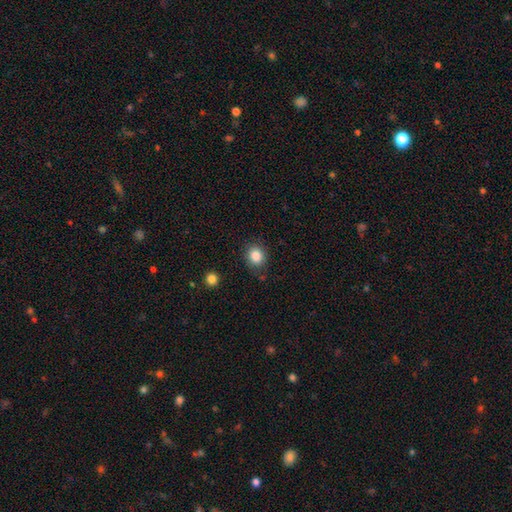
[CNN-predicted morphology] Smooth or featured?
  - smooth: 85% *
  - star or artifact: 9%
  - featured or disk: 6%
How rounded?
  - round: 70% *
  - in between: 29%
  - cigar-shaped: 1%
Merging?
  - none: 81% *
  - minor disturbance: 13%
  - major disturbance: 4%
  - merger: 2%